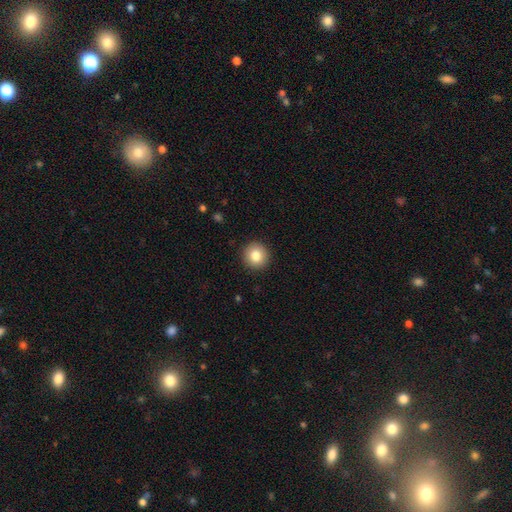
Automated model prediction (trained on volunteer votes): Overall: smooth (82%). How rounded: round (93%). Merging: none (93%).